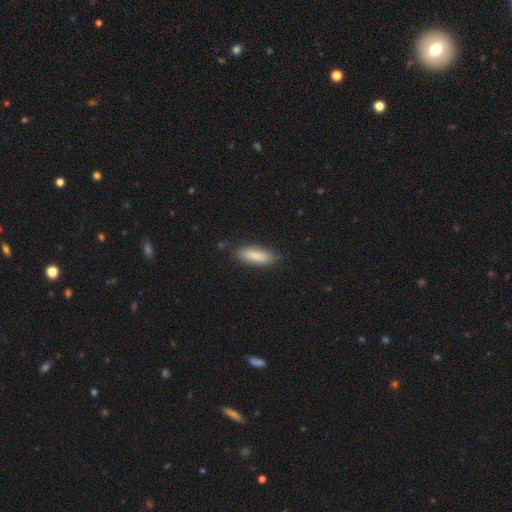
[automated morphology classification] smooth_or_featured: smooth (p=0.86) [alt: featured or disk p=0.08]
how_rounded: in between (p=0.59) [alt: cigar-shaped p=0.39]
merging: none (p=0.82) [alt: minor disturbance p=0.14]